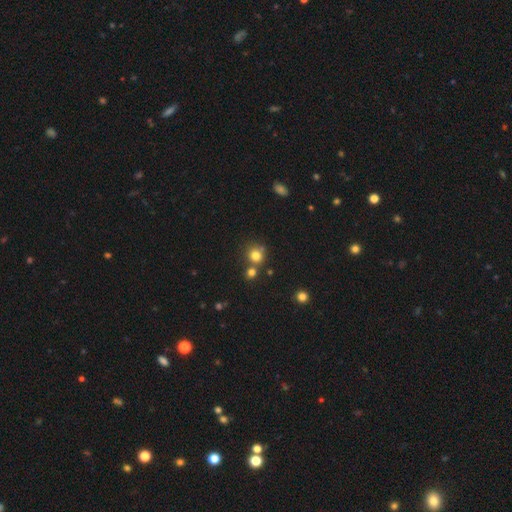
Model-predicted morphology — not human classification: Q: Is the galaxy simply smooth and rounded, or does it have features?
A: smooth — 78%.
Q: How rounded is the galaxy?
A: round — 87%.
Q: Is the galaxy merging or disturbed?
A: none — 64%.